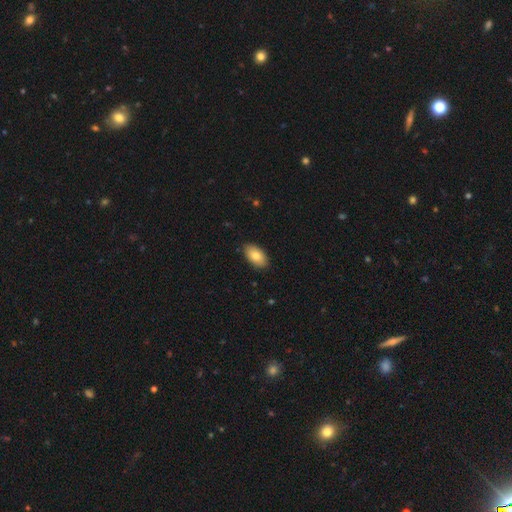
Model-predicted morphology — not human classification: This is clearly a smooth galaxy (81%). How rounded: clearly in between (94%). Merging: clearly none (88%).